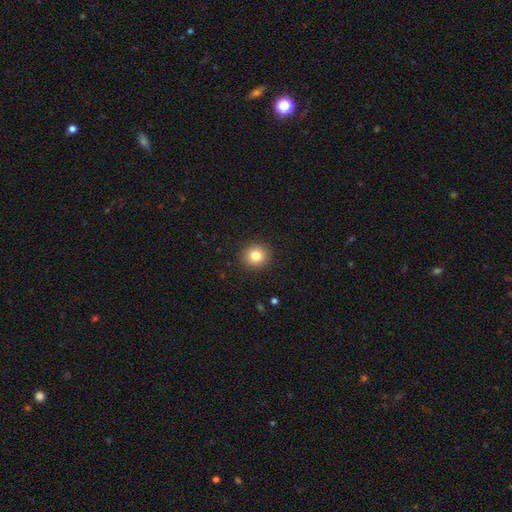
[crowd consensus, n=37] Overall: smooth (86%). How rounded: round (81%). Merging: none (89%).